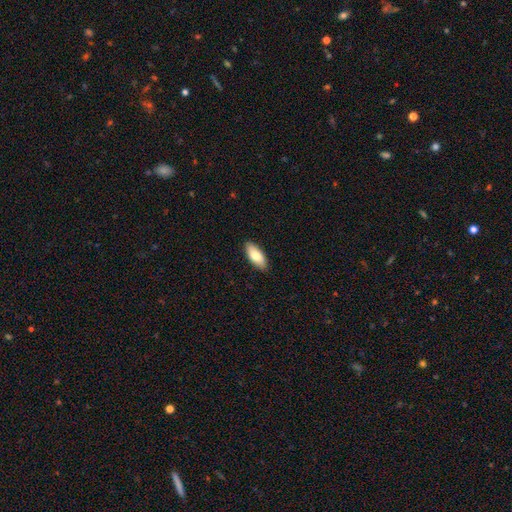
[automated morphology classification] Q: Smooth or featured?
A: smooth (80%); runner-up: featured or disk (15%)
Q: How rounded?
A: in between (85%); runner-up: cigar-shaped (13%)
Q: Merging?
A: none (89%); runner-up: minor disturbance (9%)